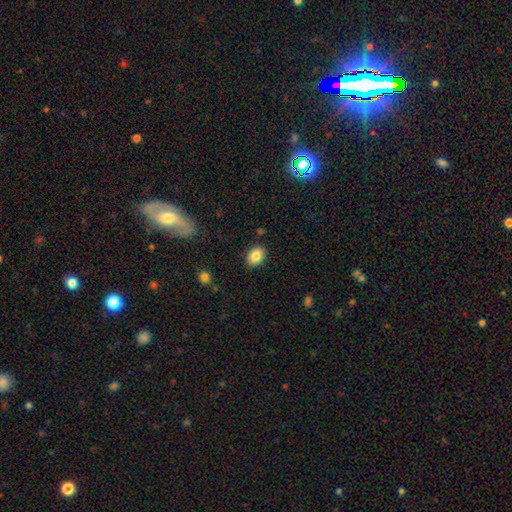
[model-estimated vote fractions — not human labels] smooth_or_featured: smooth (p=0.85) [alt: star or artifact p=0.08]
how_rounded: in between (p=0.70) [alt: round p=0.29]
merging: none (p=0.88) [alt: minor disturbance p=0.09]